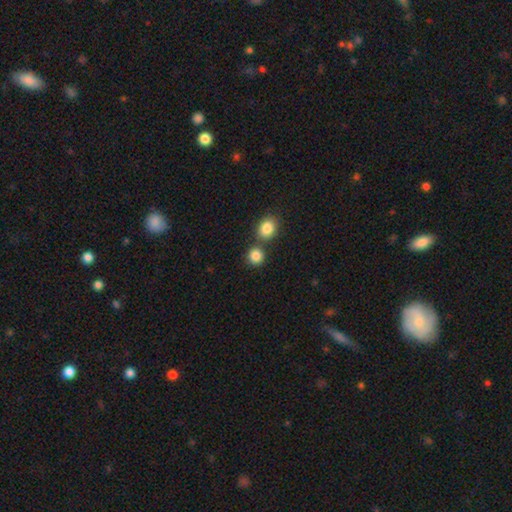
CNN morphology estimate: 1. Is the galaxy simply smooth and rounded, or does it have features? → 85% smooth, 10% star or artifact, 5% featured or disk.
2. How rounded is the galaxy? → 86% round, 13% in between, 1% cigar-shaped.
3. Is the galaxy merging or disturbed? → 67% none, 23% merger, 8% minor disturbance, 3% major disturbance.